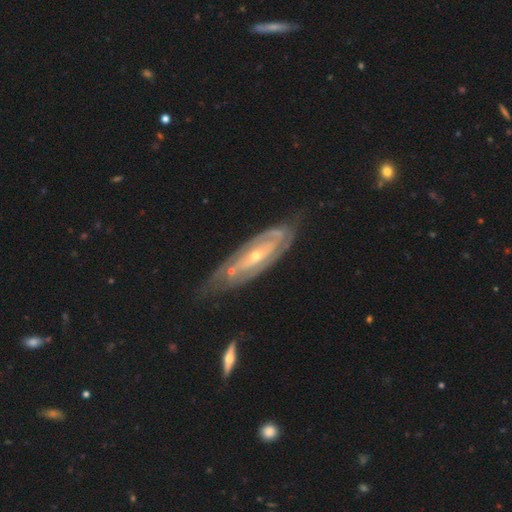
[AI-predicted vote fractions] Morphology: type=featured or disk (85%); edge-on=no (86%); bar=no (52%); spiral arms=yes (88%); winding=tight (69%); arm count=can't tell (41%); bulge=small (69%); merging=none (65%).